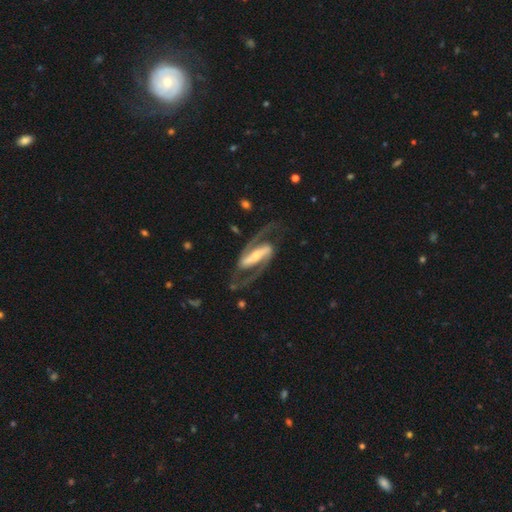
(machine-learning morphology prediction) type=featured or disk (91%); edge-on=no (94%); bar=strong (76%); spiral arms=yes (97%); winding=medium (56%); arm count=2 (94%); bulge=small (46%); merging=none (75%).